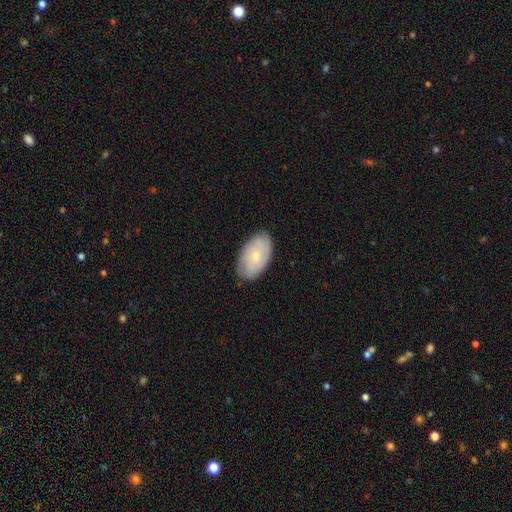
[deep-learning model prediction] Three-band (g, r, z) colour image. It shows a smooth galaxy with no disk features (57%) that is in between round and cigar-shaped (93%). Merging: none (82%).